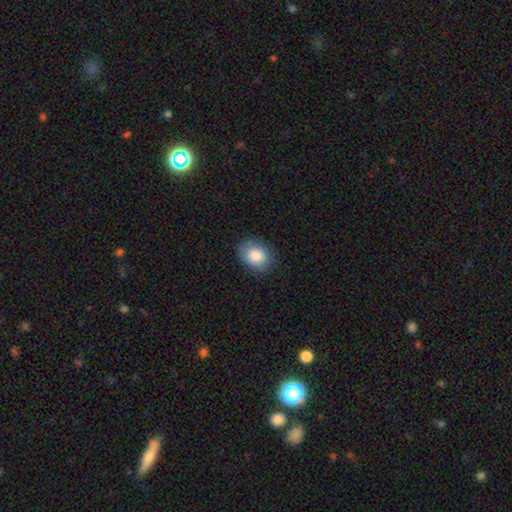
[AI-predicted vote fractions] smooth 86%, star or artifact 7%, featured or disk 7%. Down the decision tree: how rounded — in between (58%); merging — none (82%).